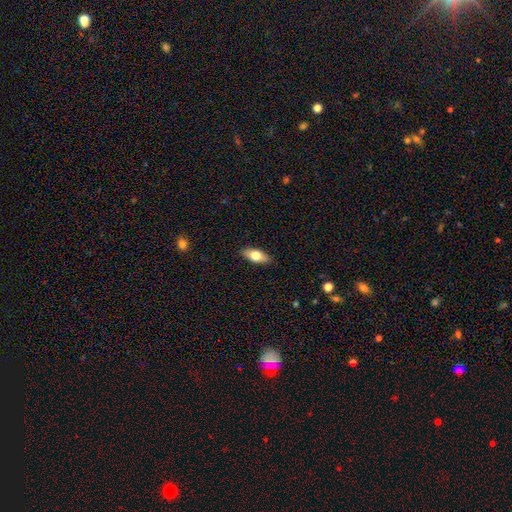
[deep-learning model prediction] Overall: smooth (70%). How rounded: in between (81%). Merging: none (88%).